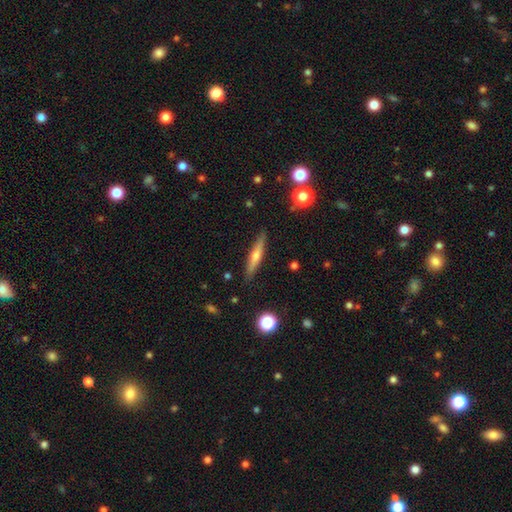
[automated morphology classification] type=featured or disk (53%); edge-on=yes (95%); edge-on bulge=rounded (78%); merging=none (89%).